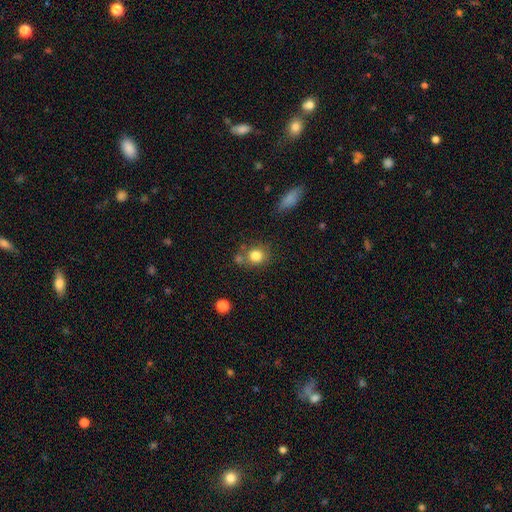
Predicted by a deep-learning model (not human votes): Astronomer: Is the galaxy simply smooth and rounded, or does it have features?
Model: smooth — 81%.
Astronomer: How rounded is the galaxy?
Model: round — 78%.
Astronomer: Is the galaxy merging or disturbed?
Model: none — 64%.